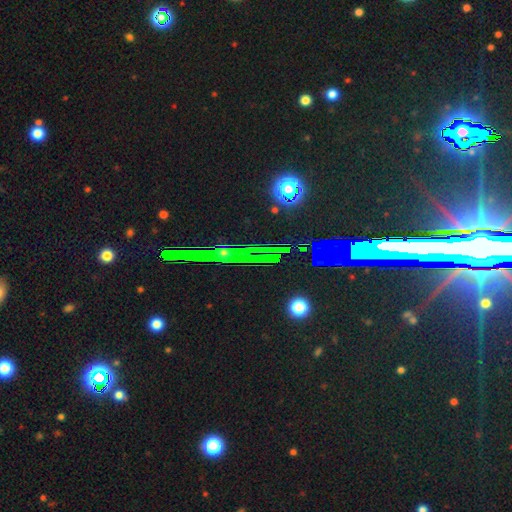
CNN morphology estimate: This appears to be a star or artifact, not a galaxy (69%).